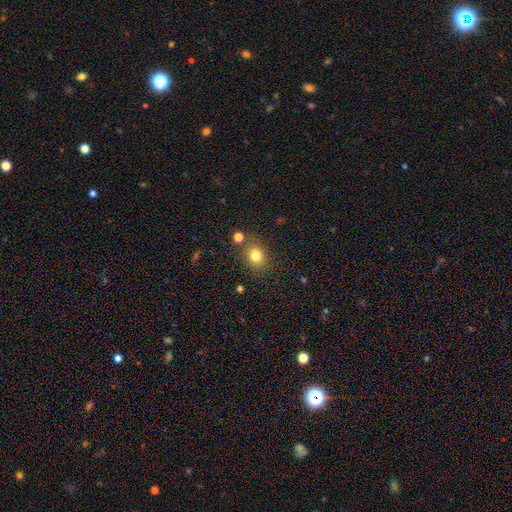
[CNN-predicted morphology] A smooth galaxy with no disk features (80%) that is round (62%).

Vote fractions:
- Smooth or featured? smooth: 80% / star or artifact: 12% / featured or disk: 8%
- How rounded? round: 62% / in between: 37% / cigar-shaped: 1%
- Merging? none: 78% / minor disturbance: 11% / merger: 7% / major disturbance: 4%